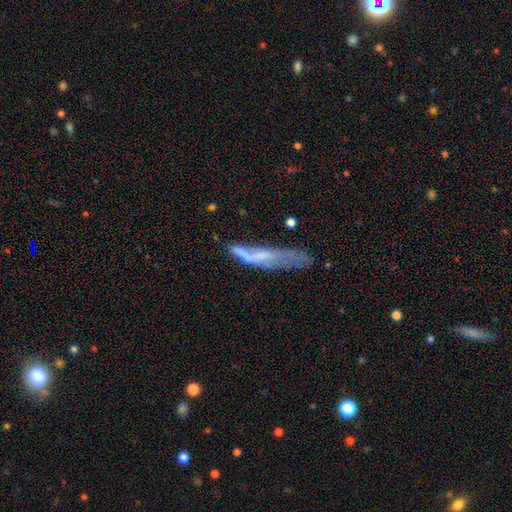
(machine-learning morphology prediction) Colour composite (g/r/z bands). It shows a featured or disk galaxy (50%). Merging: none (34%).